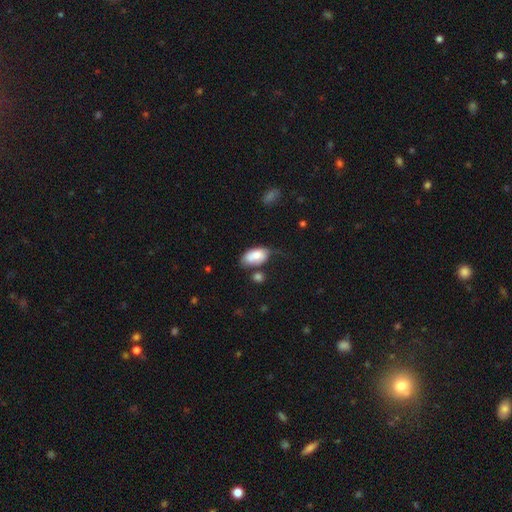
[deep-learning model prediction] Smooth or featured? smooth (73%)
How rounded? in between (93%)
Merging? none (35%)